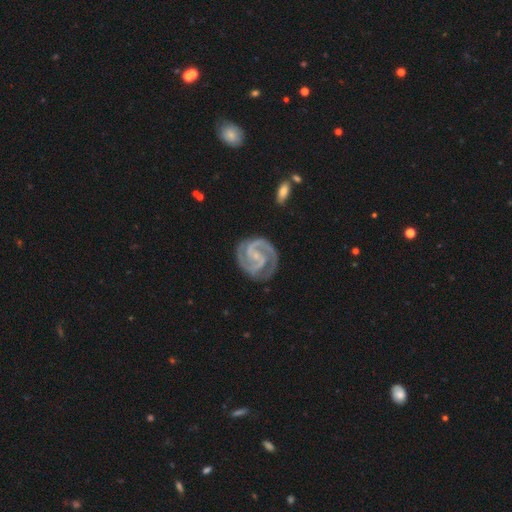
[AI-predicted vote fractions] Morphology: type=featured or disk (93%); edge-on=no (98%); bar=weak (40%); spiral arms=yes (99%); winding=tight (49%); arm count=2 (89%); bulge=small (74%); merging=none (78%).